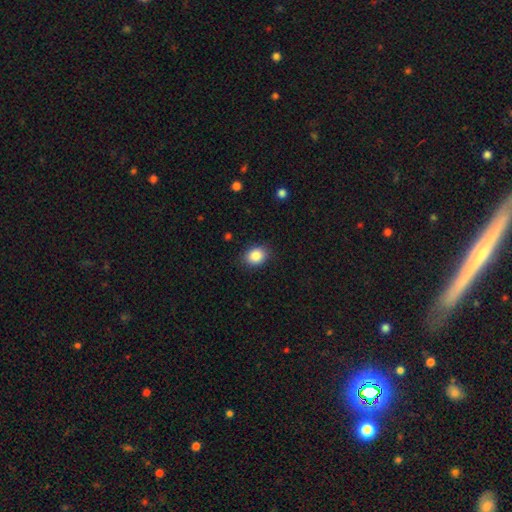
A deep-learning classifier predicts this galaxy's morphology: Overall: smooth (88%). How rounded: in between (52%; round 47%). Merging: none (87%).